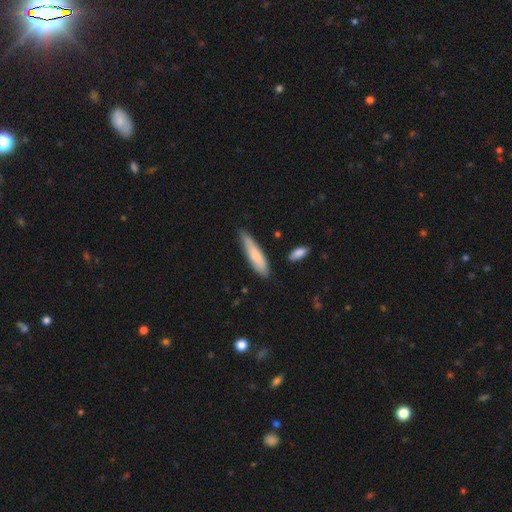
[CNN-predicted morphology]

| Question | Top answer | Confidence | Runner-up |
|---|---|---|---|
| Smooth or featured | smooth | 73% | featured or disk (21%) |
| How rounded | cigar-shaped | 79% | in between (19%) |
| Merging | none | 70% | minor disturbance (23%) |